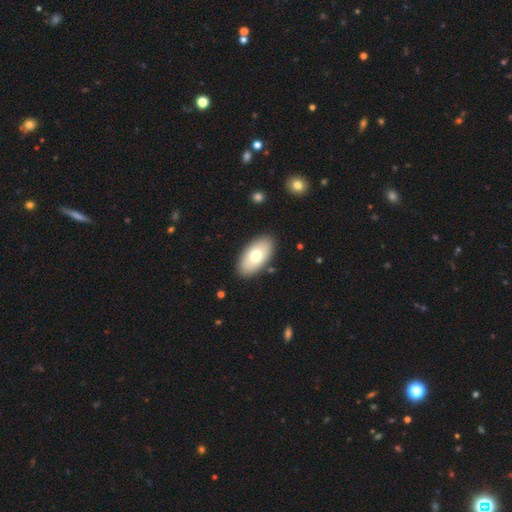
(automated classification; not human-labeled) Q: Smooth or featured?
A: smooth (71%); runner-up: featured or disk (23%)
Q: How rounded?
A: in between (95%); runner-up: round (3%)
Q: Merging?
A: none (88%); runner-up: minor disturbance (8%)